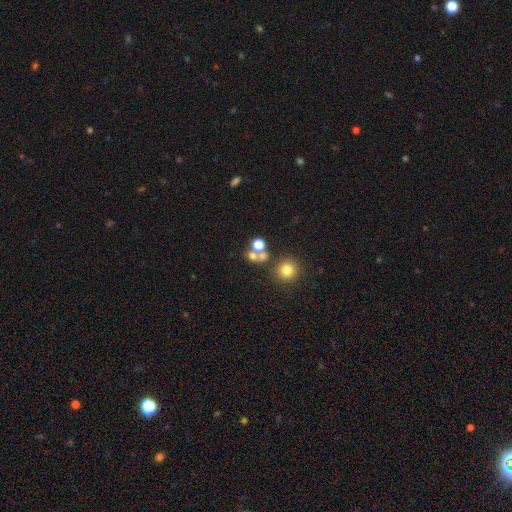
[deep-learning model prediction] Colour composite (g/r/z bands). It shows a smooth galaxy with no disk features (65%) that is round (78%). Merging: none (47%).